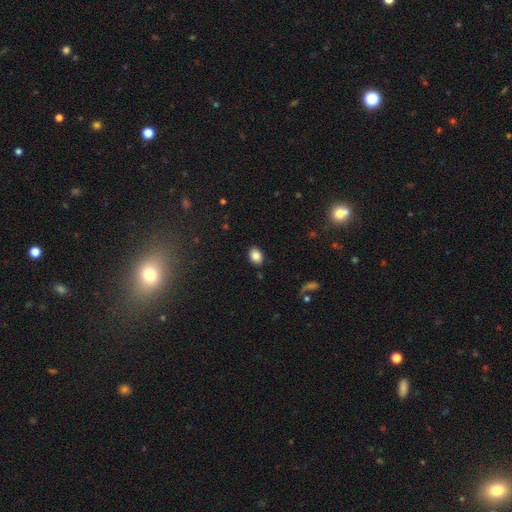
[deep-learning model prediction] Overall: smooth (84%). How rounded: in between (75%). Merging: none (87%).